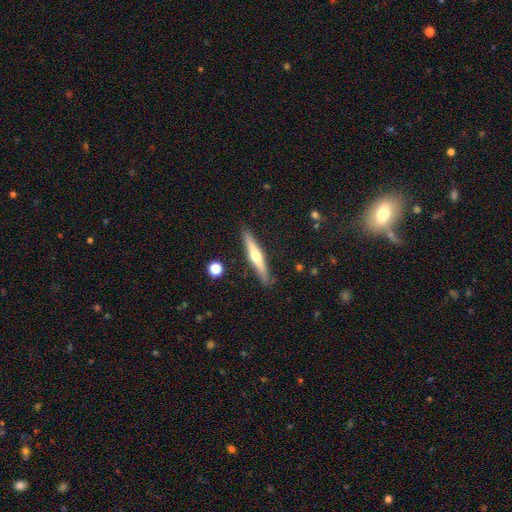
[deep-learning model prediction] Smooth or featured? featured or disk (59%)
Edge-on disk? yes (96%)
Edge-on bulge? rounded (85%)
Merging? none (87%)